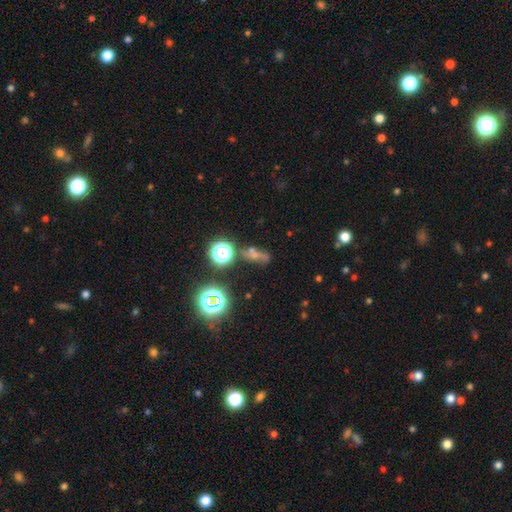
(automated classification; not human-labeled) This appears to be a star or artifact, not a galaxy (44%).